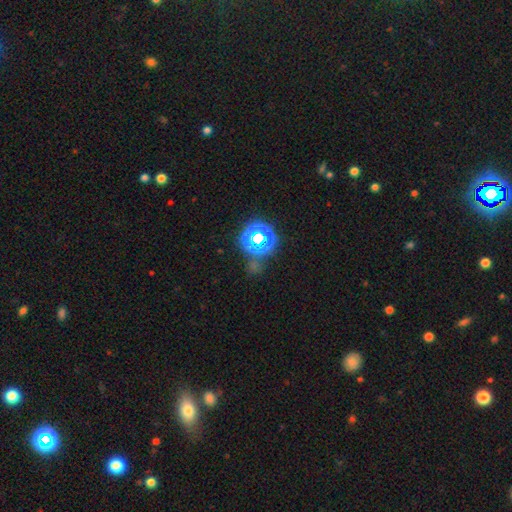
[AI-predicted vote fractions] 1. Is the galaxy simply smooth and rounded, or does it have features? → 54% star or artifact, 39% smooth, 7% featured or disk.